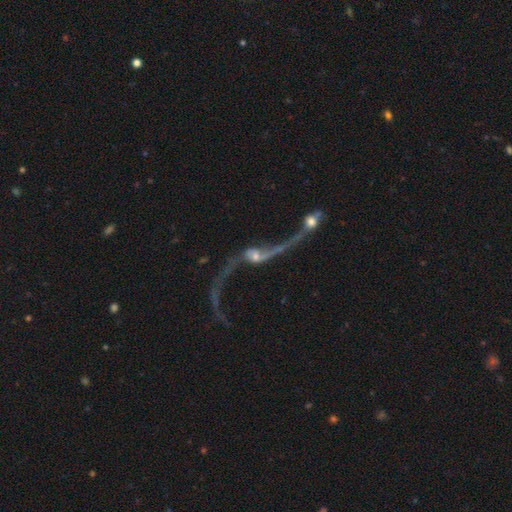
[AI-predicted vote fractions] A featured or disk galaxy (82%) with no bar (56%), 2 (87%) loose (95%) spiral arms (84%) and a moderate central bulge (41%).

Vote fractions:
- Smooth or featured? featured or disk: 82% / smooth: 10% / star or artifact: 8%
- Edge-on disk? no: 89% / yes: 11%
- Bar? no: 56% / weak: 30% / strong: 14%
- Spiral arms? yes: 84% / no: 16%
- Spiral winding? loose: 95% / medium: 3% / tight: 2%
- Spiral arm count? 2: 87% / 1: 7% / can't tell: 2% / 3: 1% / 4: 1% / more than 4: 1%
- Bulge size? moderate: 41% / small: 36% / none: 10% / large: 9% / dominant: 4%
- Merging? merger: 52% / major disturbance: 20% / none: 20% / minor disturbance: 9%